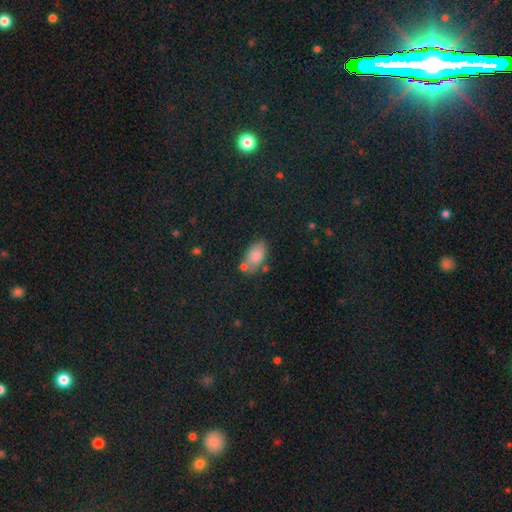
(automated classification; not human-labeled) Morphology: type=smooth (80%); roundness=in between (90%); merging=none (60%).